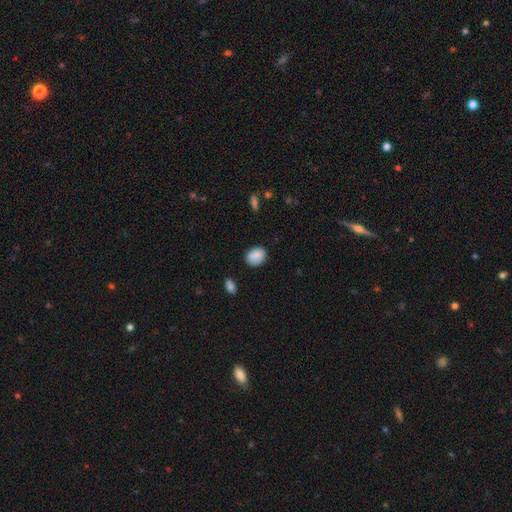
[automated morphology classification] A smooth galaxy with no disk features (88%) that is in between round and cigar-shaped (56%). Merging: none (83%).